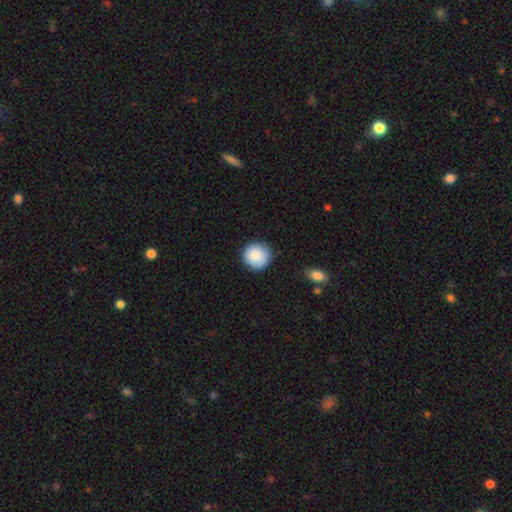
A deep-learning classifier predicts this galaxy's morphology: Smooth or featured?
  - smooth: 86% *
  - featured or disk: 7%
  - star or artifact: 7%
How rounded?
  - round: 95% *
  - in between: 4%
  - cigar-shaped: 1%
Merging?
  - none: 86% *
  - minor disturbance: 10%
  - major disturbance: 2%
  - merger: 1%